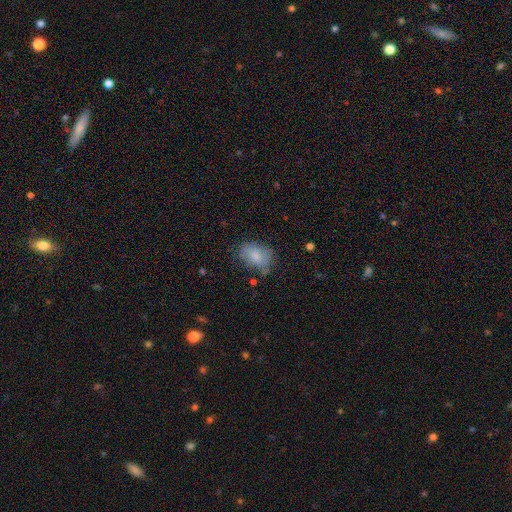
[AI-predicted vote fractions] smooth-or-featured: smooth: 74% | featured or disk: 18% | star or artifact: 8%
  how-rounded: in between: 81% | round: 18% | cigar-shaped: 1%
  merging: none: 58% | minor disturbance: 28% | major disturbance: 10% | merger: 4%